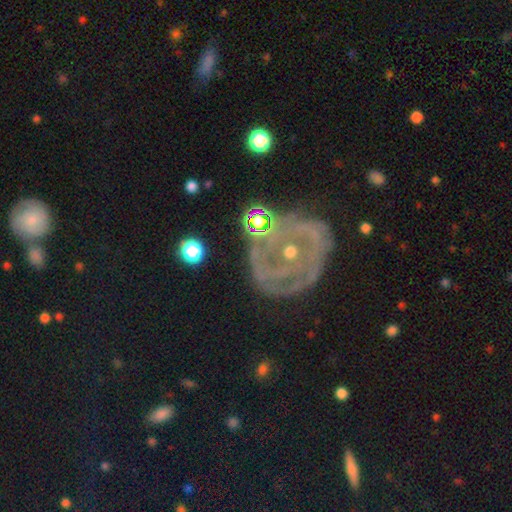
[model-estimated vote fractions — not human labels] This appears to be a featured or disk galaxy (67%) with no bar (71%), spiral arms (65%) and a small central bulge (45%). Merging: none (61%).